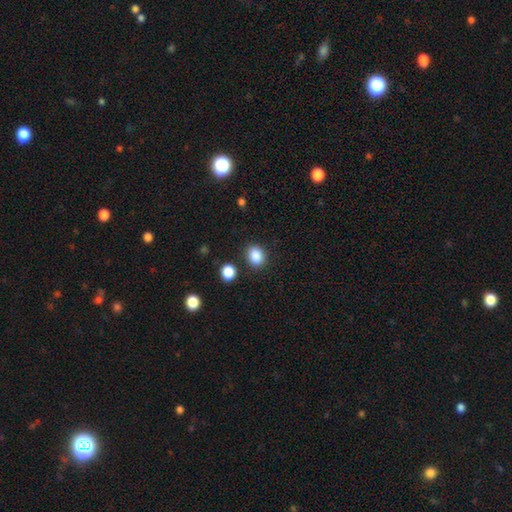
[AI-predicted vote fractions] smooth 87%, star or artifact 9%, featured or disk 4%. Down the decision tree: how rounded — round (52%); merging — none (84%).